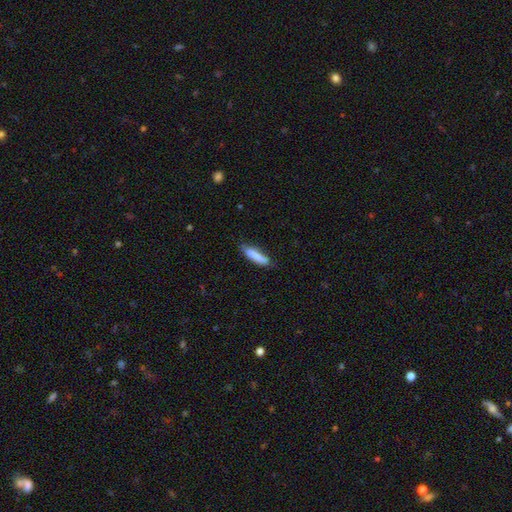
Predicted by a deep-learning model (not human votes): Smooth or featured: smooth — 82% (featured or disk — 12%)
How rounded: cigar-shaped — 80% (in between — 19%)
Merging: none — 73% (minor disturbance — 21%)